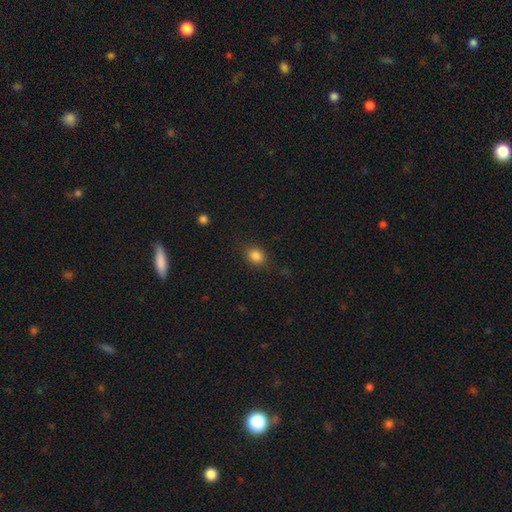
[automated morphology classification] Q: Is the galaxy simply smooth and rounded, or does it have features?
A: smooth — 84%.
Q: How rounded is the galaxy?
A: round — 57%.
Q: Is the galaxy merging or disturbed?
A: none — 83%.